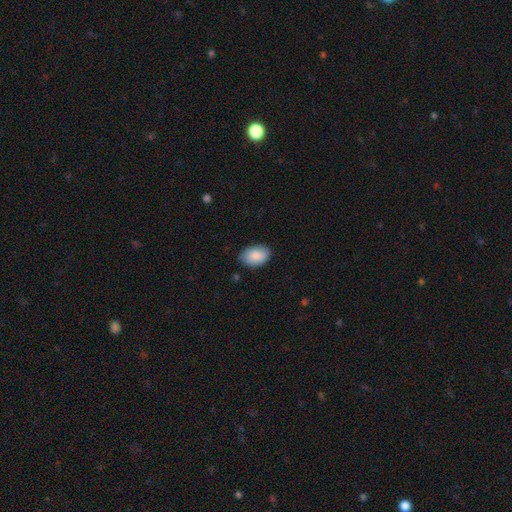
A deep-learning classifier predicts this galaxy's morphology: smooth 87%, featured or disk 7%, star or artifact 6%. Down the decision tree: how rounded — in between (87%); merging — none (82%).